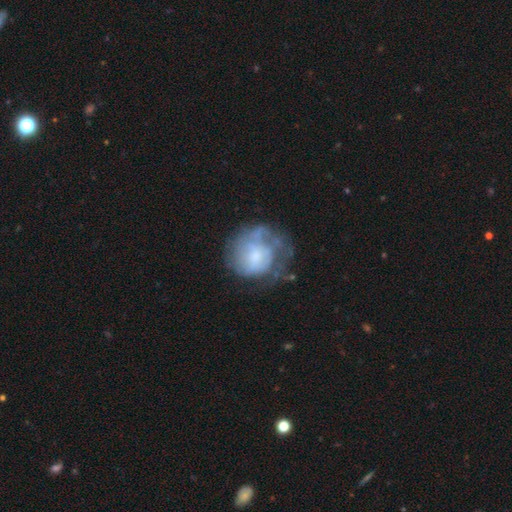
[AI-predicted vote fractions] A featured or disk galaxy (51%) with no bar (74%), no spiral arms (52%) and a small central bulge (43%). Merging: none (44%).